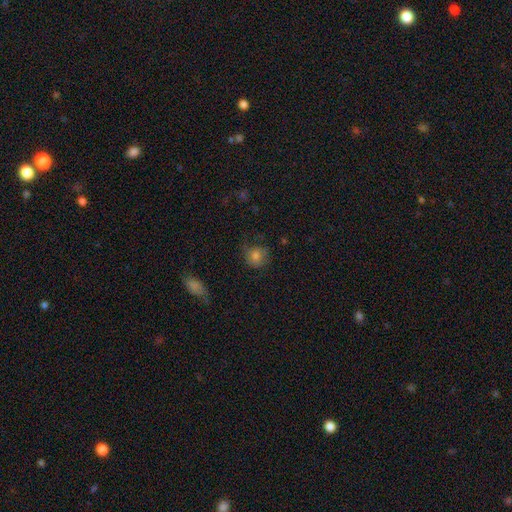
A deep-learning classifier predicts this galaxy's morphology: This is likely a smooth galaxy (75%). How rounded: likely round (75%). Merging: possibly none (60%).